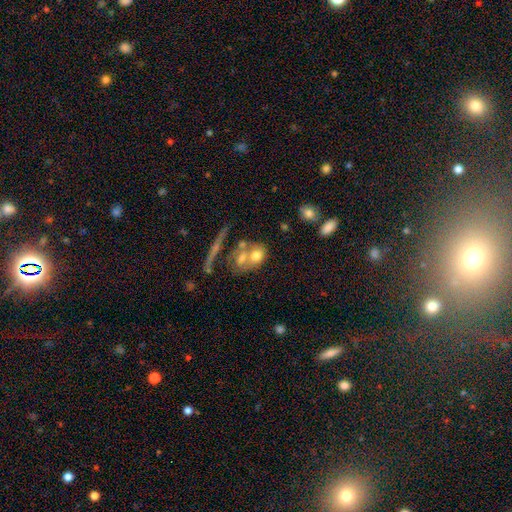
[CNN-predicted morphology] type=smooth (61%); roundness=in between (59%); merging=merger (53%).